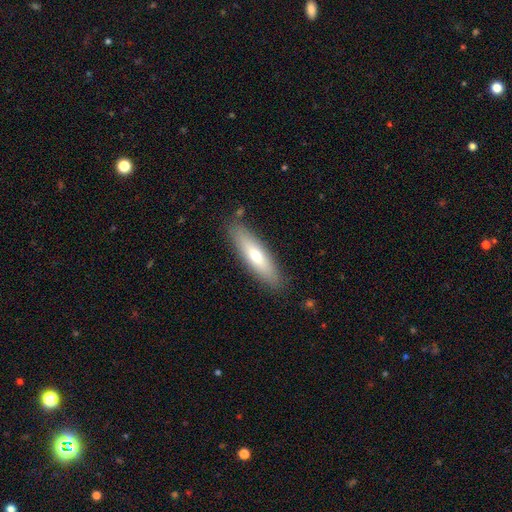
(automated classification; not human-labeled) This is likely a smooth galaxy (64%). How rounded: likely cigar-shaped (64%). Merging: clearly none (86%).